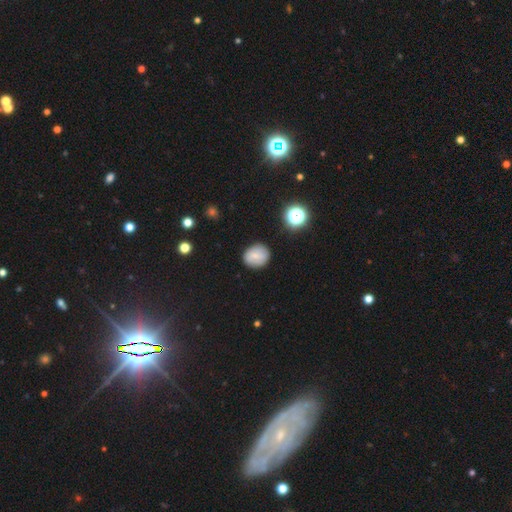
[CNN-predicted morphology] Q: Smooth or featured?
A: smooth (65%); runner-up: featured or disk (24%)
Q: How rounded?
A: round (74%); runner-up: in between (25%)
Q: Merging?
A: none (82%); runner-up: minor disturbance (13%)